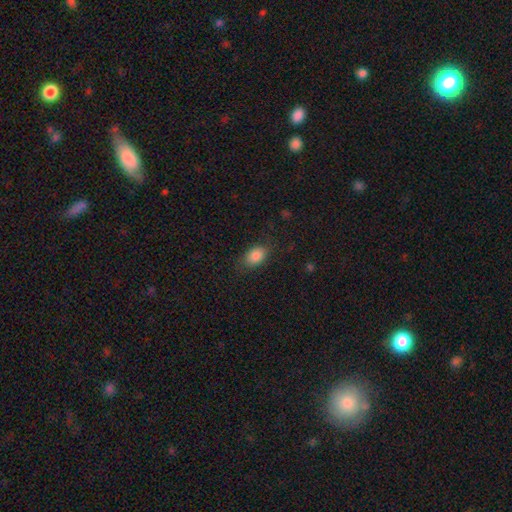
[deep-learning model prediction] Overall: smooth (86%). How rounded: in between (84%). Merging: none (77%).